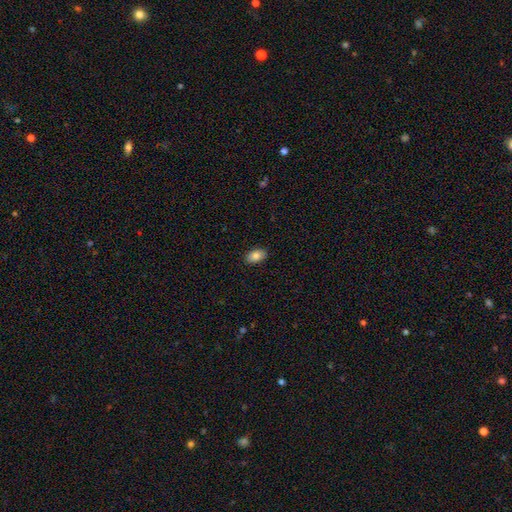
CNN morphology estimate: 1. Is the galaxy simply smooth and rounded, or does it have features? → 84% smooth, 9% featured or disk, 7% star or artifact.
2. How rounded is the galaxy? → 92% in between, 6% round, 2% cigar-shaped.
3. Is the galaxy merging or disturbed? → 89% none, 8% minor disturbance, 2% major disturbance, 1% merger.